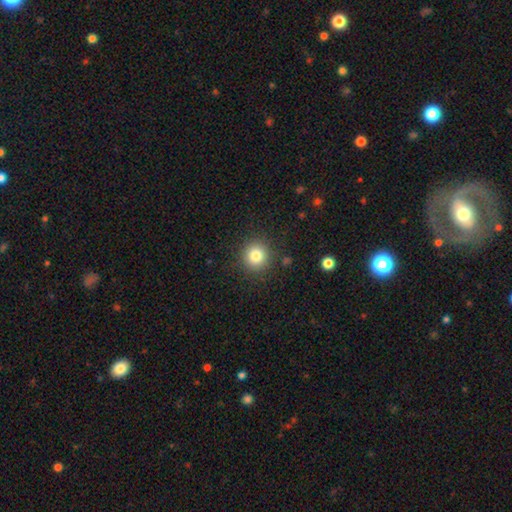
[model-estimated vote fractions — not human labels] Smooth or featured?
  - smooth: 82% *
  - star or artifact: 12%
  - featured or disk: 7%
How rounded?
  - round: 92% *
  - in between: 7%
  - cigar-shaped: 1%
Merging?
  - none: 89% *
  - minor disturbance: 7%
  - major disturbance: 3%
  - merger: 1%